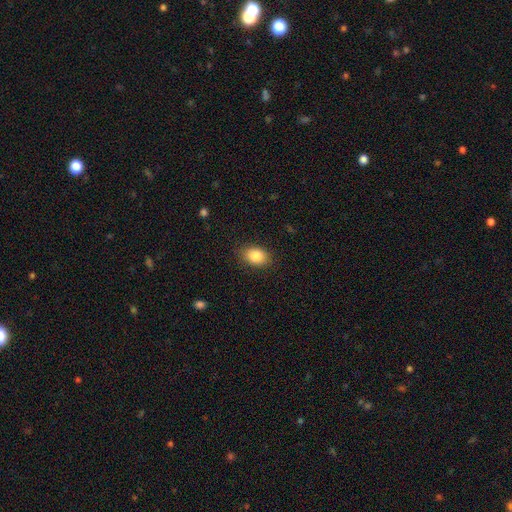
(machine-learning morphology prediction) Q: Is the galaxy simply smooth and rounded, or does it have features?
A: smooth — 87%.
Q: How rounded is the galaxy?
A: in between — 81%.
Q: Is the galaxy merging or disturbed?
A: none — 86%.